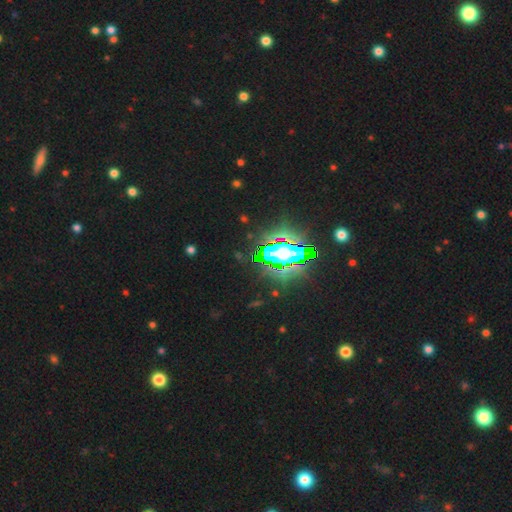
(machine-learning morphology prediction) star or artifact 86%, smooth 8%, featured or disk 7%.